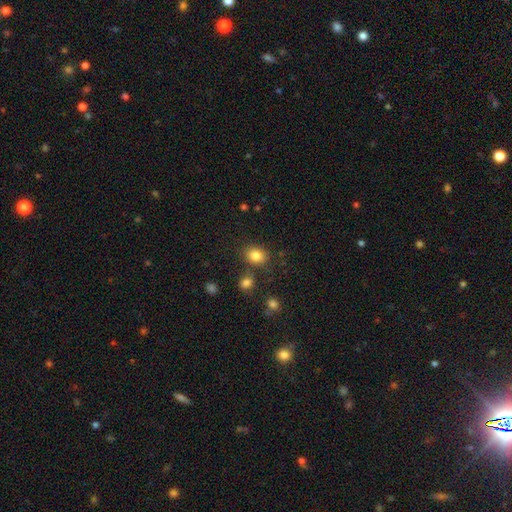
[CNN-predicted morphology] A smooth galaxy with no disk features (83%) that is round (50%). Merging: none (78%).